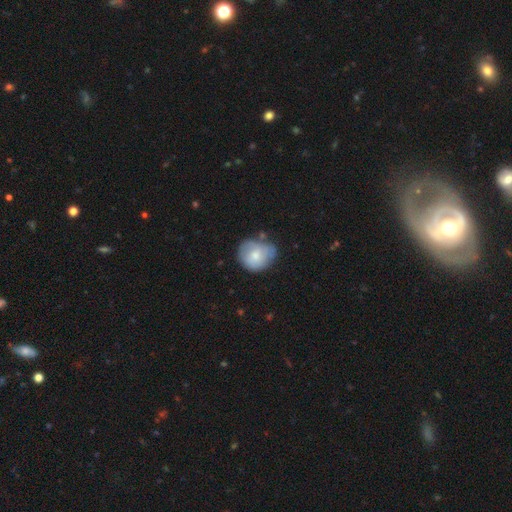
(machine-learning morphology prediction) Smooth or featured: smooth — 69% (featured or disk — 24%)
How rounded: round — 69% (in between — 30%)
Merging: none — 54% (minor disturbance — 31%)